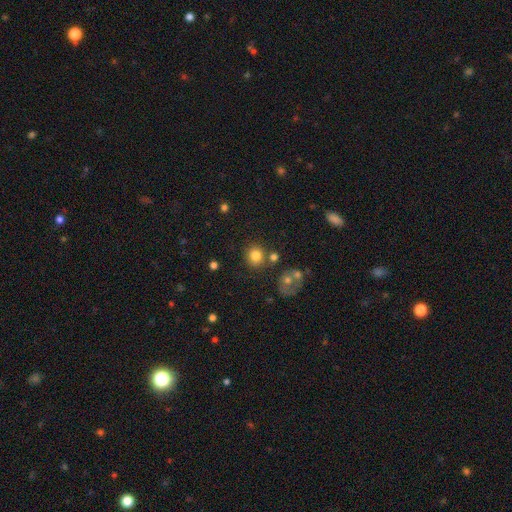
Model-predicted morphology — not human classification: This is clearly a smooth galaxy (81%). How rounded: clearly round (88%). Merging: likely none (77%).